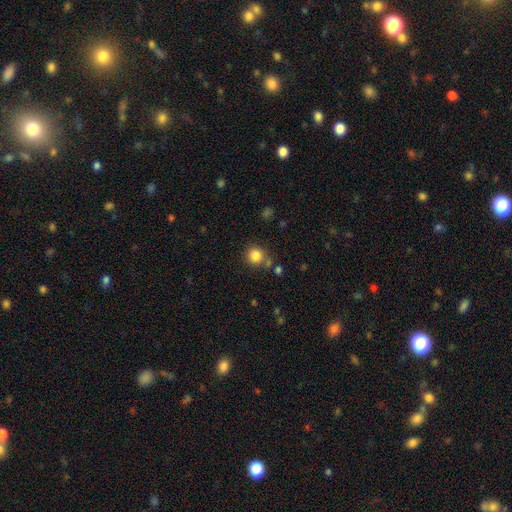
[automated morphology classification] A smooth galaxy with no disk features (84%) that is round (89%). Merging: none (76%).